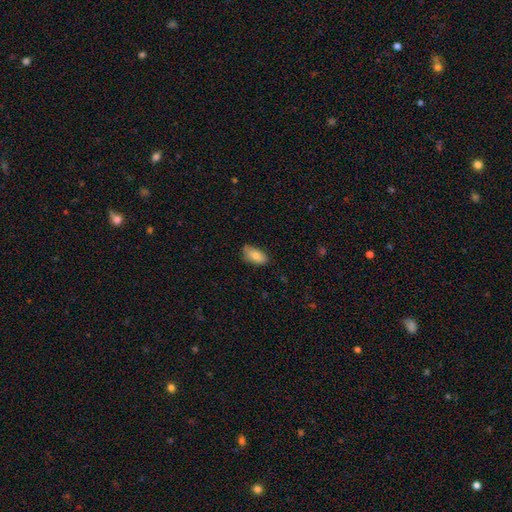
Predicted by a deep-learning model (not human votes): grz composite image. It shows a smooth galaxy with no disk features (79%) that is in between round and cigar-shaped (91%). Merging: none (69%).